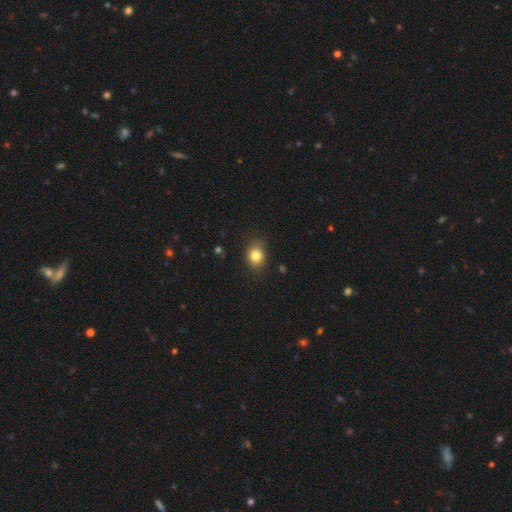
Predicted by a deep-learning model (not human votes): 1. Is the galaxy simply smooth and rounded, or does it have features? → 81% smooth, 11% star or artifact, 8% featured or disk.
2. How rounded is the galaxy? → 57% round, 42% in between, 1% cigar-shaped.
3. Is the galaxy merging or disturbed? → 76% none, 19% minor disturbance, 4% major disturbance, 1% merger.